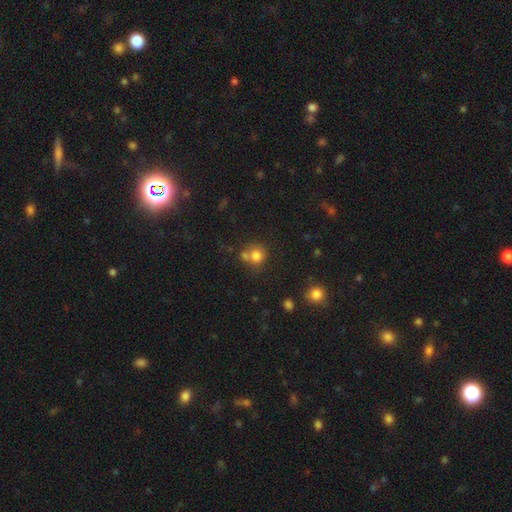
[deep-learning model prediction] The model was most divided on "merging": none: 48%, merger: 34%, minor disturbance: 12%, major disturbance: 6%. More confident: how rounded — round (82%); smooth or featured — smooth (77%).